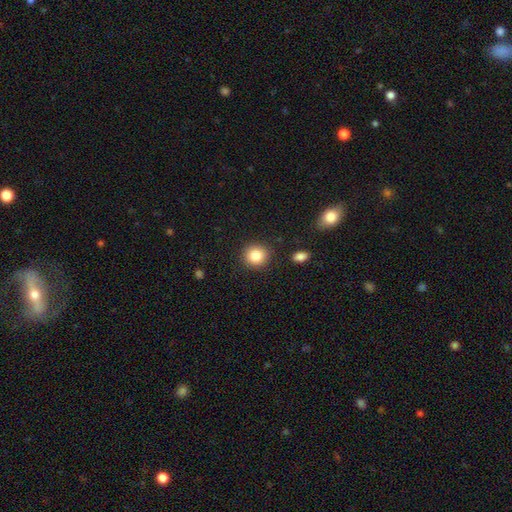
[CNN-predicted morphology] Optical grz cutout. It shows a smooth galaxy with no disk features (84%) that is round (88%). Merging: none (88%).